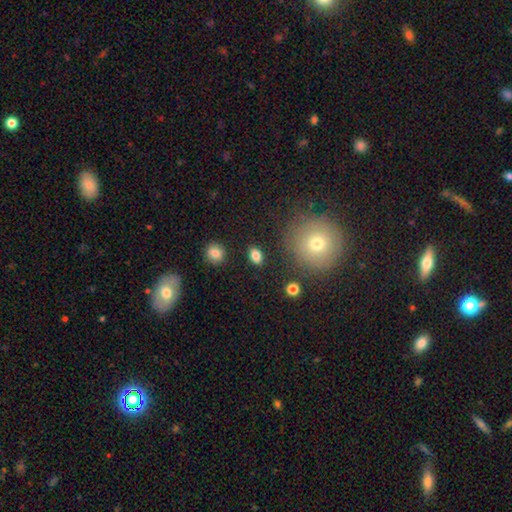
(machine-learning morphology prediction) A smooth galaxy with no disk features (84%) that is in between round and cigar-shaped (83%).

Vote fractions:
- Smooth or featured? smooth: 84% / star or artifact: 9% / featured or disk: 7%
- How rounded? in between: 83% / round: 14% / cigar-shaped: 2%
- Merging? none: 87% / minor disturbance: 8% / major disturbance: 3% / merger: 2%